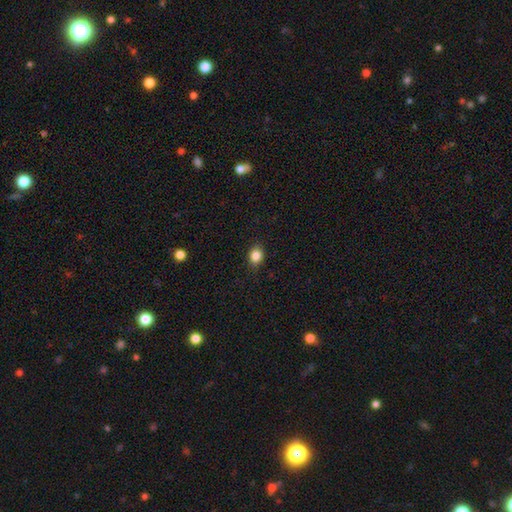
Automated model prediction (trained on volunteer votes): A smooth galaxy with no disk features (85%) that is round (51%).

Vote fractions:
- Smooth or featured? smooth: 85% / star or artifact: 10% / featured or disk: 5%
- How rounded? round: 51% / in between: 48% / cigar-shaped: 1%
- Merging? none: 86% / minor disturbance: 11% / major disturbance: 2% / merger: 1%